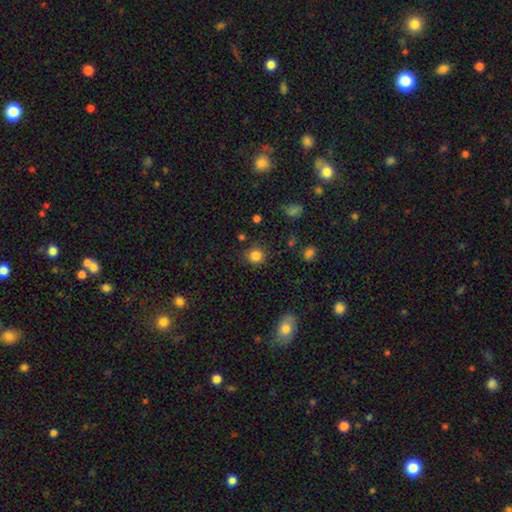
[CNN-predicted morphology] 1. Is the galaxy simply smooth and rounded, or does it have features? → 83% smooth, 12% star or artifact, 5% featured or disk.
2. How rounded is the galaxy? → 91% round, 8% in between, 1% cigar-shaped.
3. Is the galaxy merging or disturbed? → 85% none, 10% minor disturbance, 3% major disturbance, 2% merger.